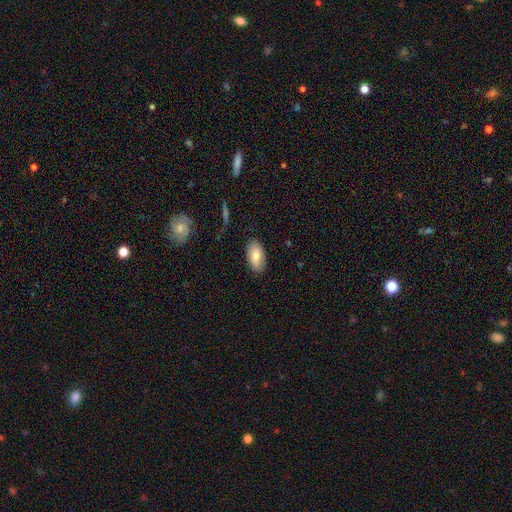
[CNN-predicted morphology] The model was most divided on "smooth or featured": smooth: 77%, featured or disk: 16%, star or artifact: 7%. More confident: how rounded — in between (93%); merging — none (85%).